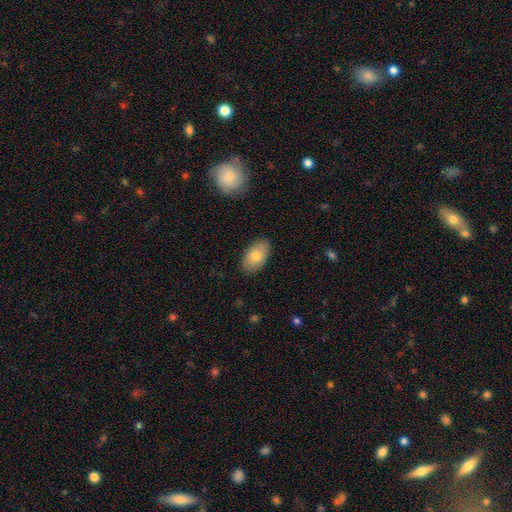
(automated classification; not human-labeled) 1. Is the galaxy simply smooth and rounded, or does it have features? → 78% smooth, 15% featured or disk, 7% star or artifact.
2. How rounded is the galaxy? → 93% in between, 5% round, 2% cigar-shaped.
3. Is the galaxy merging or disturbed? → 86% none, 10% minor disturbance, 2% major disturbance, 1% merger.